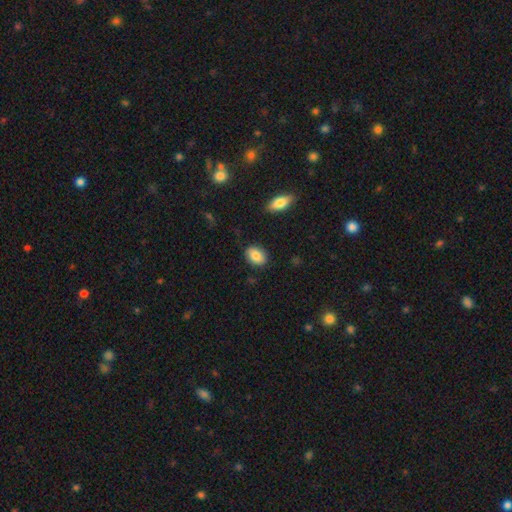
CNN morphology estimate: A smooth galaxy with no disk features (83%) that is in between round and cigar-shaped (79%). Merging: none (86%).